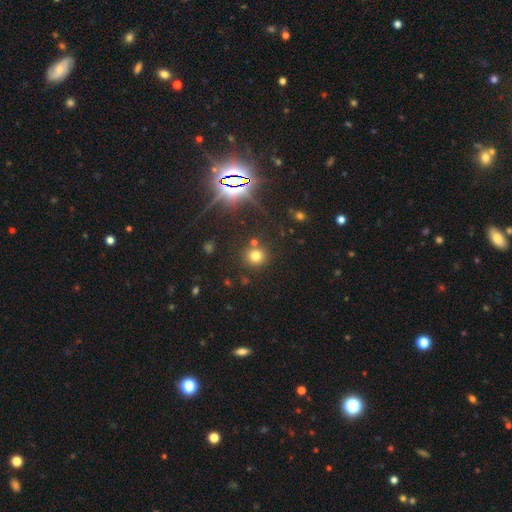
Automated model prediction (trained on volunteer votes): This is likely a smooth galaxy (71%). How rounded: clearly round (90%). Merging: clearly none (80%).